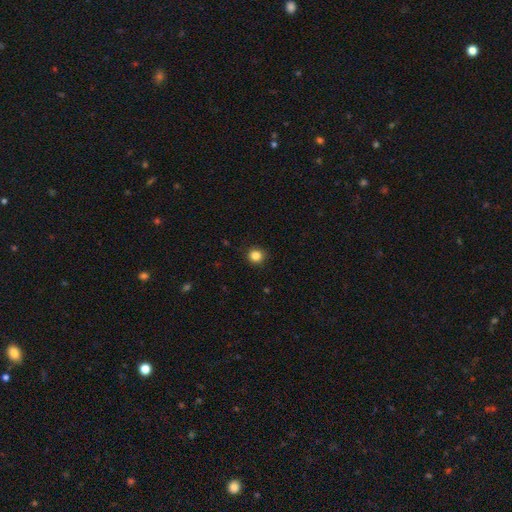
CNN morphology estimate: smooth-or-featured: smooth: 85% | star or artifact: 11% | featured or disk: 4%
  how-rounded: round: 90% | in between: 9% | cigar-shaped: 1%
  merging: none: 91% | minor disturbance: 7% | major disturbance: 2% | merger: 1%